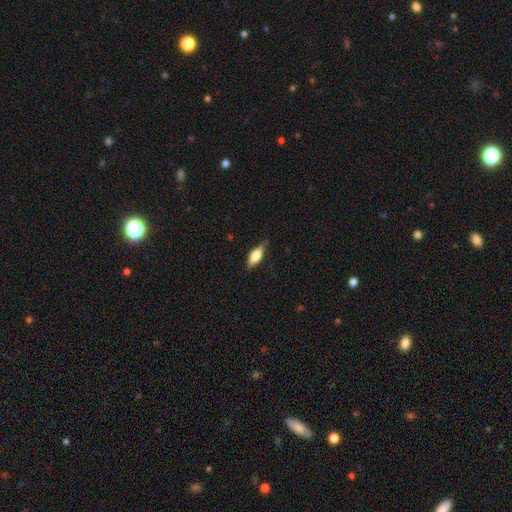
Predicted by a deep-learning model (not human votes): Morphology: type=smooth (61%); roundness=in between (69%); merging=none (75%).